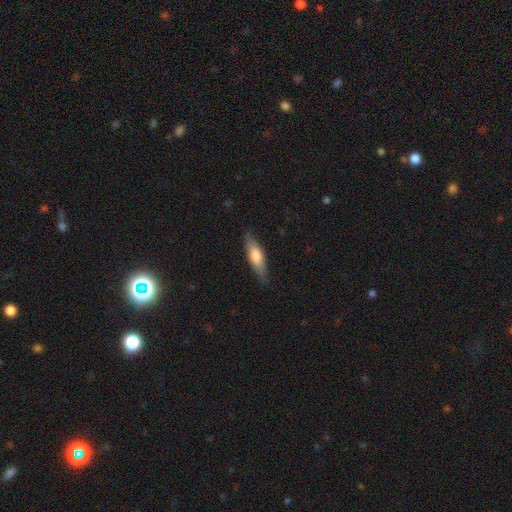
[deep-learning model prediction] The model was most divided on "how rounded": cigar-shaped: 58%, in between: 40%, round: 2%. More confident: merging — none (82%); smooth or featured — smooth (67%).